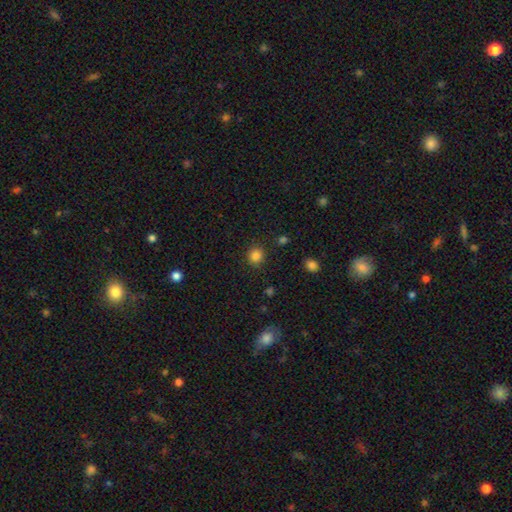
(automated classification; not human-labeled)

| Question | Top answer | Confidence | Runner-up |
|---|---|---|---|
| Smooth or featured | smooth | 84% | star or artifact (12%) |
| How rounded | round | 89% | in between (10%) |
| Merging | none | 89% | minor disturbance (7%) |